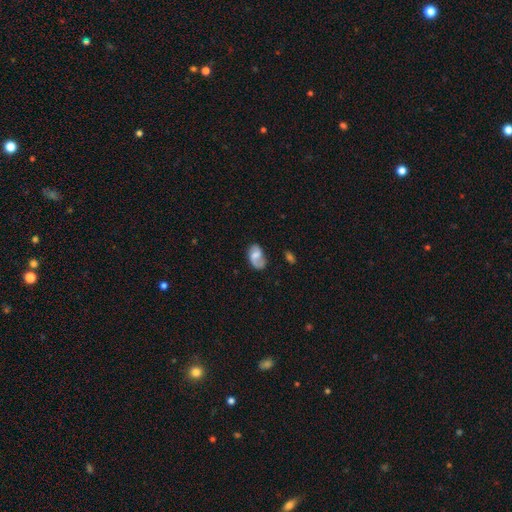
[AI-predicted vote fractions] A featured or disk galaxy (56%) with no bar (49%), spiral arms (86%) and a moderate central bulge (34%). Merging: none (58%).